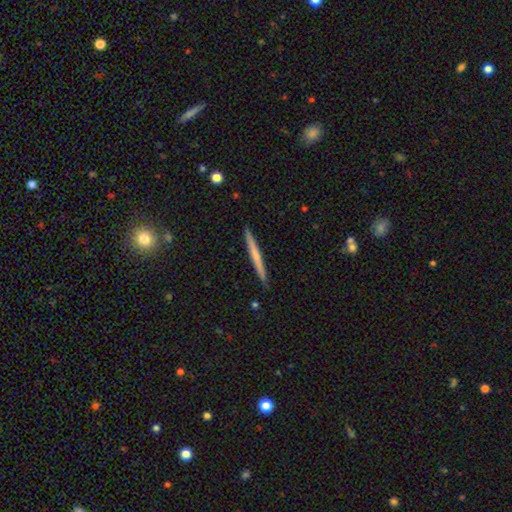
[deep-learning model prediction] A smooth galaxy with no disk features (51%) that is cigar-shaped (97%). Merging: none (92%).